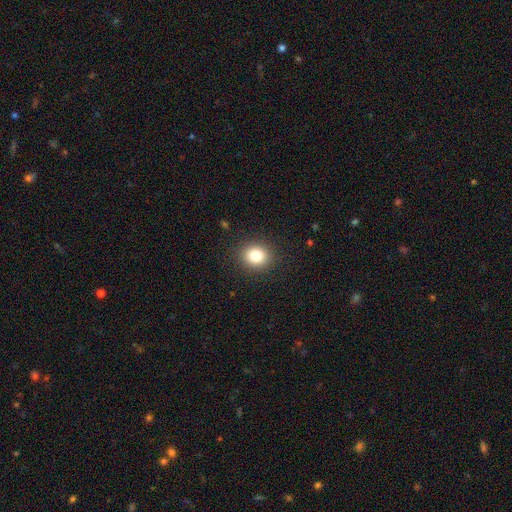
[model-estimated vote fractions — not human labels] smooth 83%, star or artifact 11%, featured or disk 6%. Down the decision tree: how rounded — round (75%); merging — none (89%).